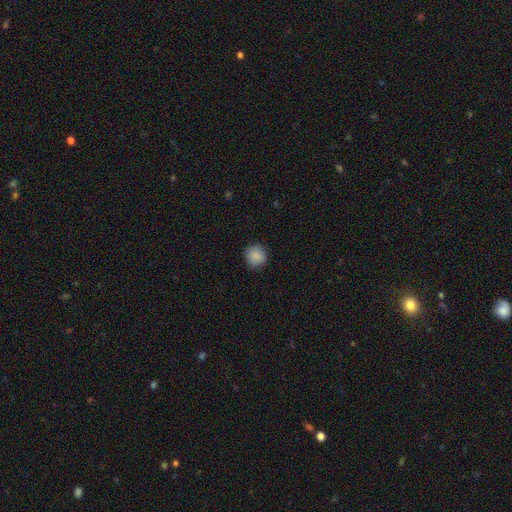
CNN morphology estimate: smooth 88%, star or artifact 8%, featured or disk 4%. Down the decision tree: how rounded — round (90%); merging — none (89%).